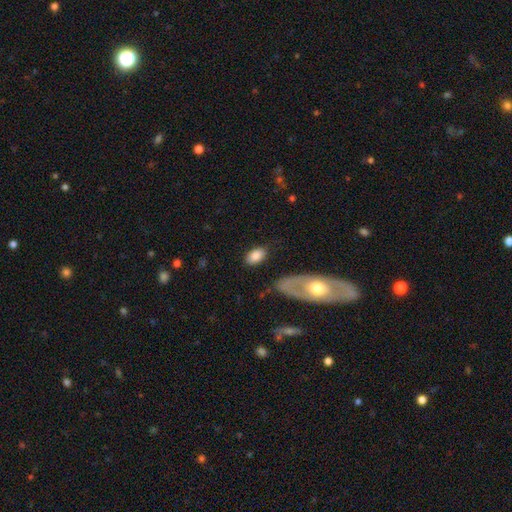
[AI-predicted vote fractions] This is clearly a smooth galaxy (83%). How rounded: clearly in between (92%). Merging: likely none (74%).